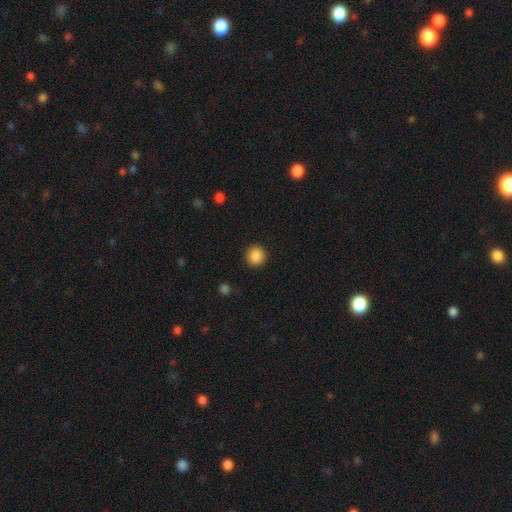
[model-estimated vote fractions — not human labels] Smooth or featured?
  - smooth: 88% *
  - star or artifact: 9%
  - featured or disk: 3%
How rounded?
  - round: 93% *
  - in between: 6%
  - cigar-shaped: 1%
Merging?
  - none: 92% *
  - minor disturbance: 5%
  - major disturbance: 2%
  - merger: 1%